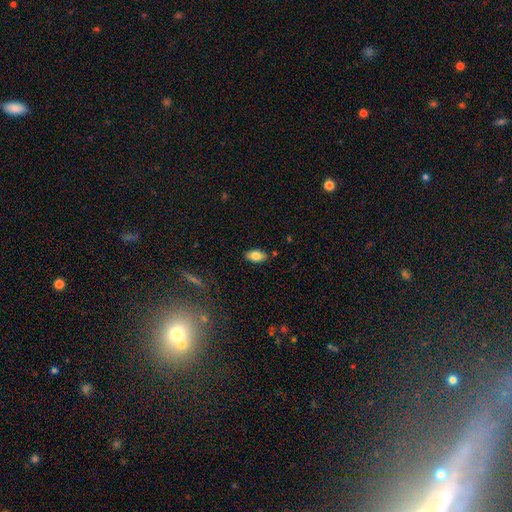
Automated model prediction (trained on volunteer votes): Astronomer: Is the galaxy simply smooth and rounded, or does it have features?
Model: smooth — 81%.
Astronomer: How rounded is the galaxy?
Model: in between — 92%.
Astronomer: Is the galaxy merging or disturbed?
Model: none — 85%.